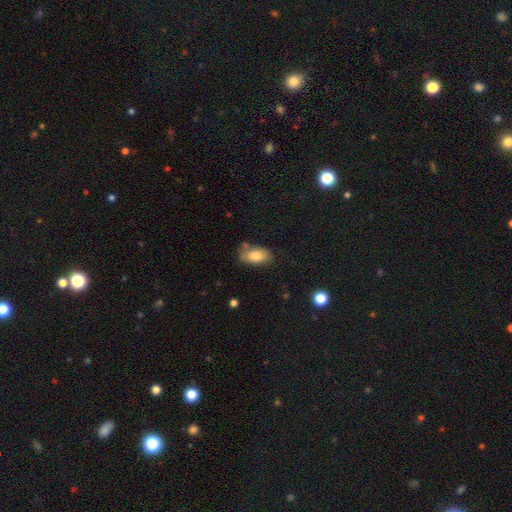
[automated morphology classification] Overall: smooth (79%). How rounded: in between (91%). Merging: none (69%).